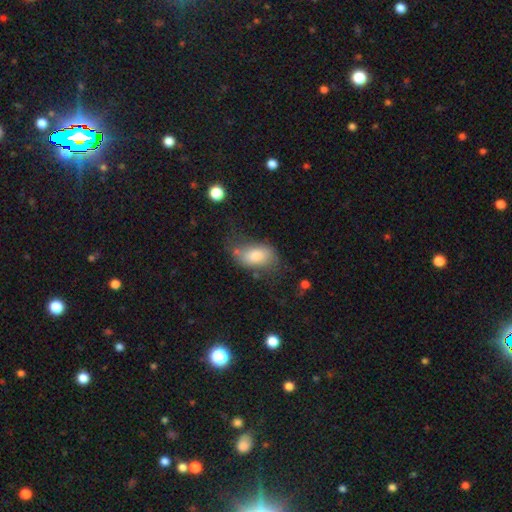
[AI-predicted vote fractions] Smooth or featured? Predicted: smooth (p=0.74). How rounded? Predicted: in between (p=0.90). Merging? Predicted: none (p=0.48).